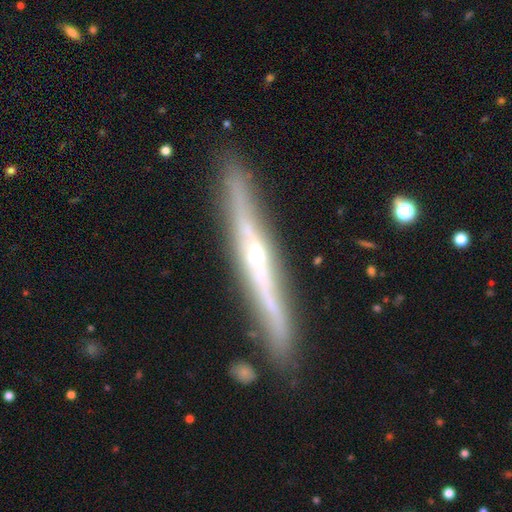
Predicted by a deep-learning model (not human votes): A featured or disk galaxy (81%) viewed edge-on (95%) with a rounded central bulge (79%). Merging: none (87%).